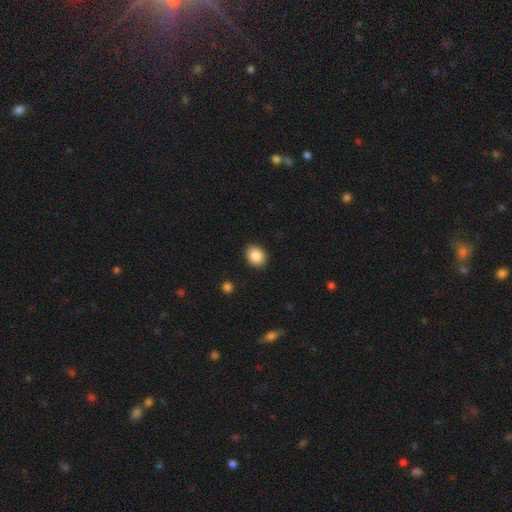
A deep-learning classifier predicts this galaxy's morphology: Smooth or featured: smooth — 87% (star or artifact — 8%)
How rounded: in between — 52% (round — 47%)
Merging: none — 91% (minor disturbance — 6%)